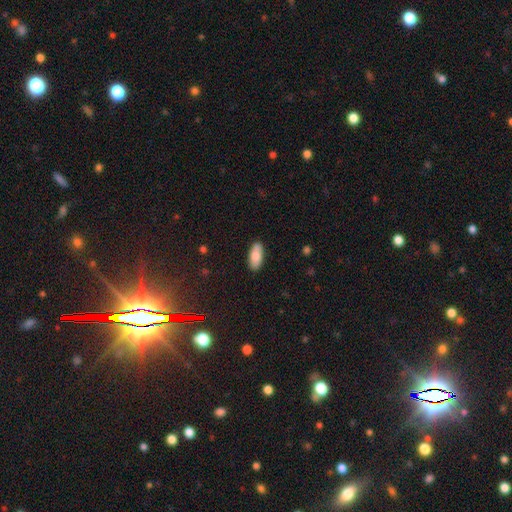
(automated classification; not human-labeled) A smooth galaxy with no disk features (79%) that is in between round and cigar-shaped (87%).

Vote fractions:
- Smooth or featured? smooth: 79% / featured or disk: 14% / star or artifact: 6%
- How rounded? in between: 87% / cigar-shaped: 11% / round: 2%
- Merging? none: 85% / minor disturbance: 11% / major disturbance: 2% / merger: 2%